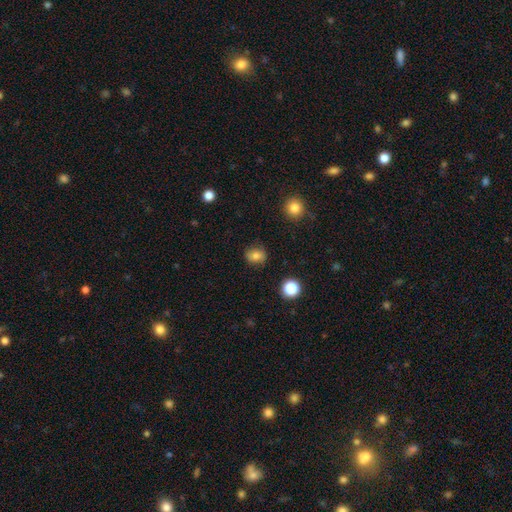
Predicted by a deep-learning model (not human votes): Smooth or featured: smooth — 79% (star or artifact — 12%)
How rounded: round — 64% (in between — 35%)
Merging: none — 84% (minor disturbance — 12%)